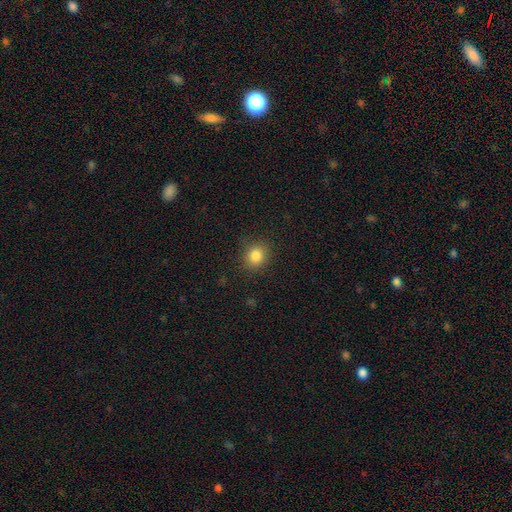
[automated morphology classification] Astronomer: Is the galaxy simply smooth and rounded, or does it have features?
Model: smooth — 83%.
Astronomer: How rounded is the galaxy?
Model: round — 76%.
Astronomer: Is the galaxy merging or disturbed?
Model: none — 87%.